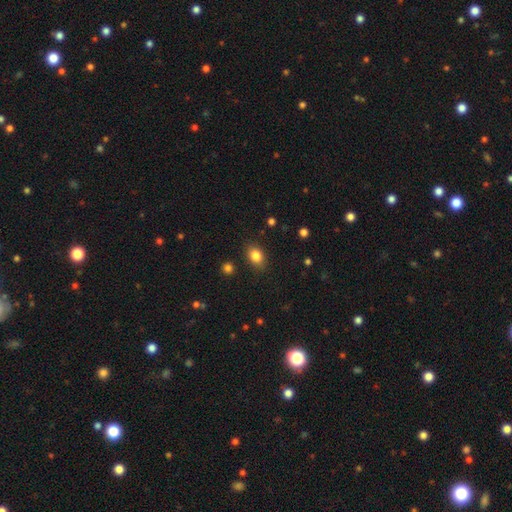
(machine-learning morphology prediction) Smooth or featured? smooth (84%)
How rounded? in between (68%)
Merging? none (85%)